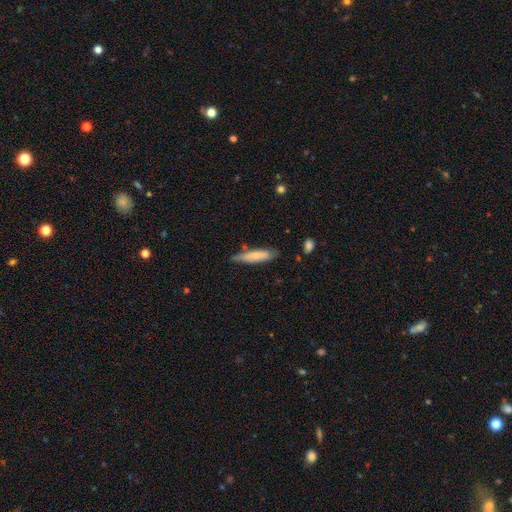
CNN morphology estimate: smooth 67%, featured or disk 27%, star or artifact 6%. Down the decision tree: how rounded — cigar-shaped (76%); merging — none (69%).